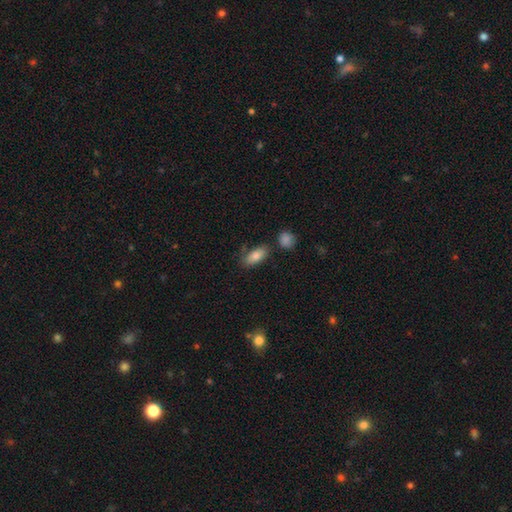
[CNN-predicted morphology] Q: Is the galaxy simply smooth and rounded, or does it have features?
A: smooth — 82%.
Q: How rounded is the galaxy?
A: in between — 88%.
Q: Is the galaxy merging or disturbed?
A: none — 71%.